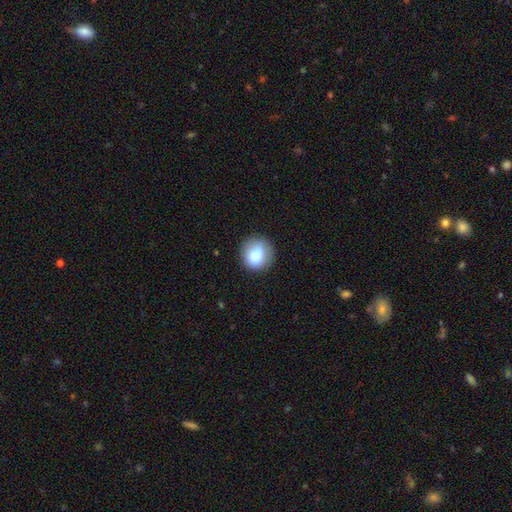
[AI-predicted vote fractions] smooth 81%, featured or disk 10%, star or artifact 8%. Down the decision tree: how rounded — round (85%); merging — none (79%).